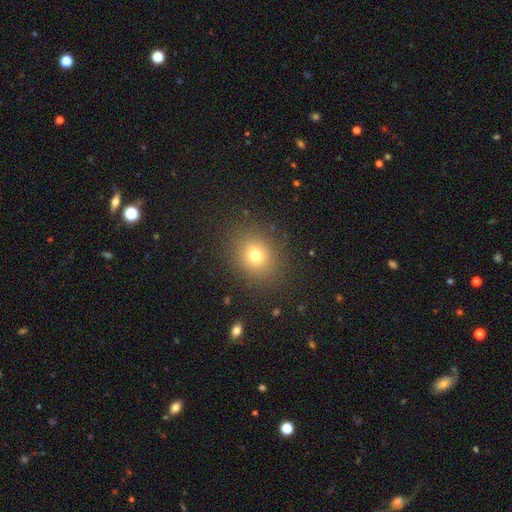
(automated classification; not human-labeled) Smooth or featured? smooth (73%)
How rounded? round (65%)
Merging? none (86%)